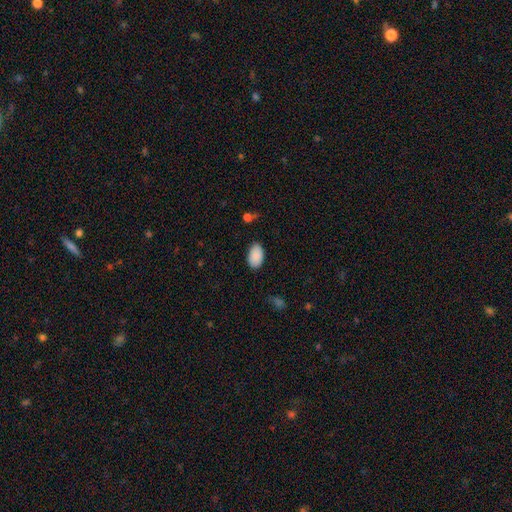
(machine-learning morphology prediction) Smooth or featured: smooth — 90% (star or artifact — 7%)
How rounded: in between — 94% (round — 5%)
Merging: none — 84% (minor disturbance — 12%)